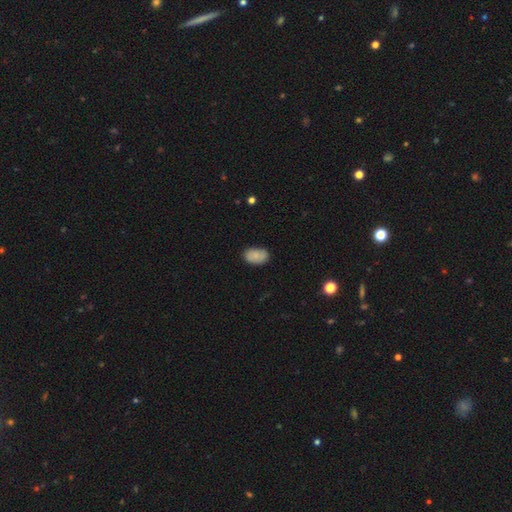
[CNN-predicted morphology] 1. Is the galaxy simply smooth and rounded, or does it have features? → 82% smooth, 10% featured or disk, 7% star or artifact.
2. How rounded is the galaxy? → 91% in between, 8% round, 1% cigar-shaped.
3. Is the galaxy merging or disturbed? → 81% none, 15% minor disturbance, 3% major disturbance, 1% merger.